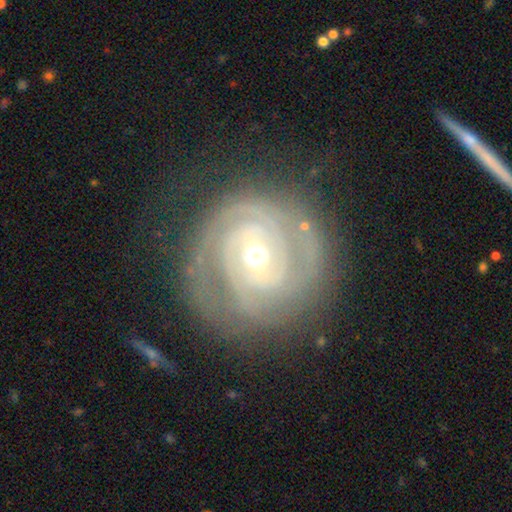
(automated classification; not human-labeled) Q: Smooth or featured?
A: featured or disk (89%); runner-up: smooth (6%)
Q: Edge-on disk?
A: no (97%); runner-up: yes (3%)
Q: Bar?
A: no (57%); runner-up: weak (31%)
Q: Spiral arms?
A: yes (96%); runner-up: no (4%)
Q: Spiral winding?
A: tight (81%); runner-up: medium (16%)
Q: Spiral arm count?
A: 2 (40%); runner-up: 3 (23%)
Q: Bulge size?
A: moderate (64%); runner-up: small (30%)
Q: Merging?
A: none (77%); runner-up: minor disturbance (15%)